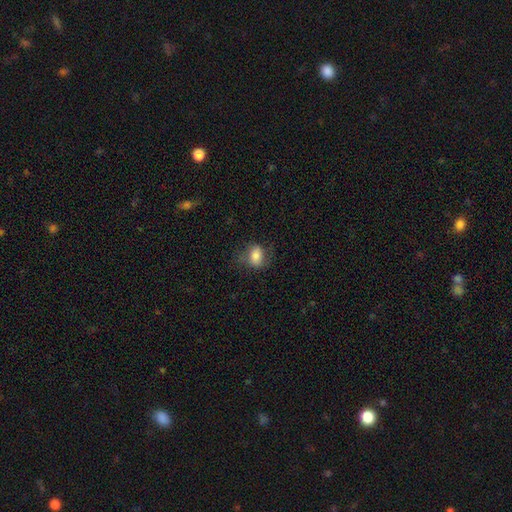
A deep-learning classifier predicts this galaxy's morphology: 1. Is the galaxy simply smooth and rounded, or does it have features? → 75% smooth, 17% featured or disk, 9% star or artifact.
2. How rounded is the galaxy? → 71% in between, 28% round, 2% cigar-shaped.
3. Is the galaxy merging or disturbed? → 63% none, 23% minor disturbance, 12% major disturbance, 1% merger.